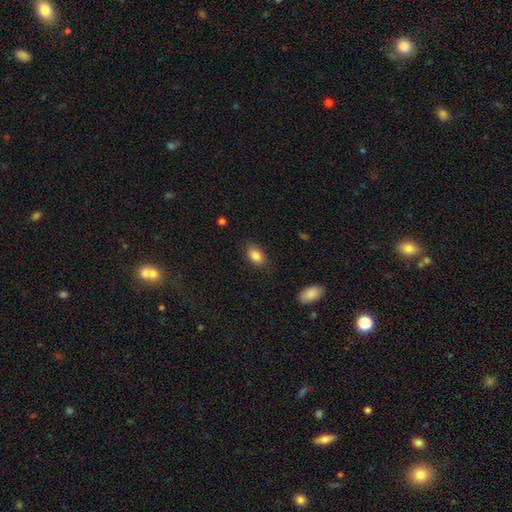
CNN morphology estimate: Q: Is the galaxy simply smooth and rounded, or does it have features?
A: smooth — 85%.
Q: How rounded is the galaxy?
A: in between — 87%.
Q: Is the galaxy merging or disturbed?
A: none — 81%.